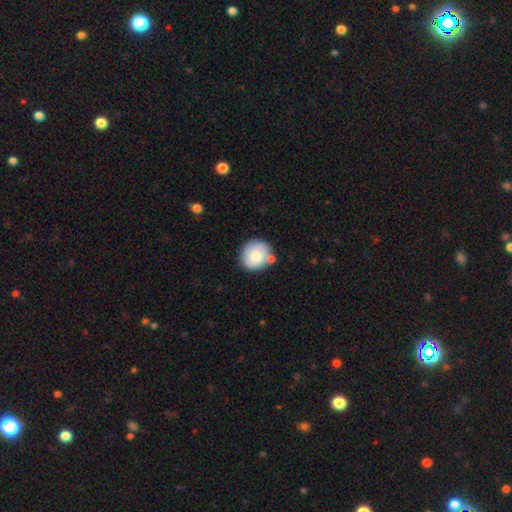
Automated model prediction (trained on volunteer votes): This appears to be a smooth galaxy with no disk features (74%) that is round (85%). Merging: none (68%).